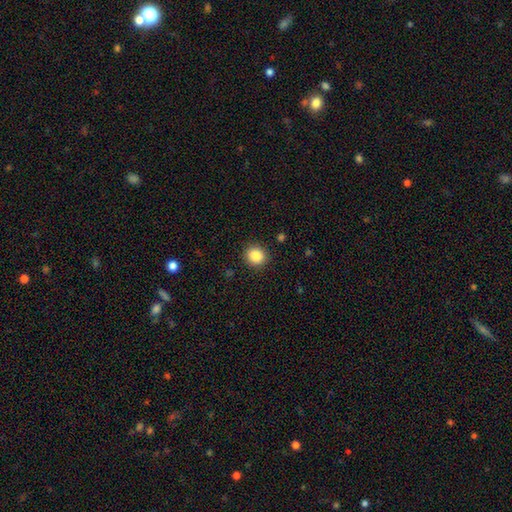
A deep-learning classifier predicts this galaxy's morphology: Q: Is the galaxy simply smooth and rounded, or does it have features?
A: smooth — 87%.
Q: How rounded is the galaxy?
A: round — 85%.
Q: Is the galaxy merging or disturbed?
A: none — 90%.